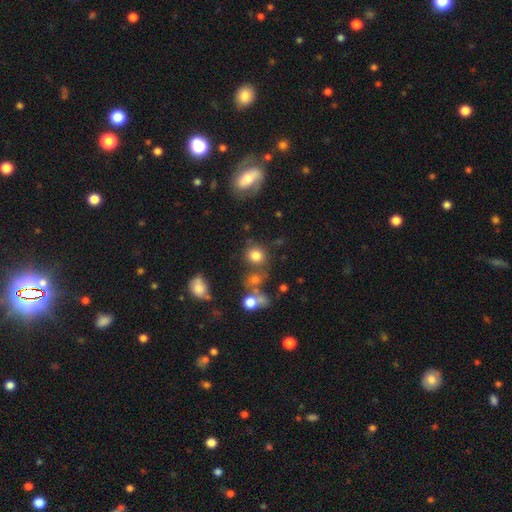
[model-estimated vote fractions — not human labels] Smooth or featured? Predicted: smooth (p=0.78). How rounded? Predicted: round (p=0.81). Merging? Predicted: none (p=0.64).